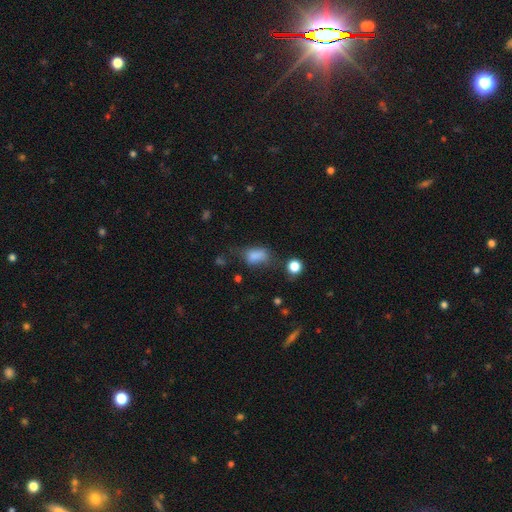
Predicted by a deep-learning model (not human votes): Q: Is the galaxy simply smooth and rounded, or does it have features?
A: smooth — 78%.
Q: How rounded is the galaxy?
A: in between — 81%.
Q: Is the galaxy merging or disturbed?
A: none — 38%.